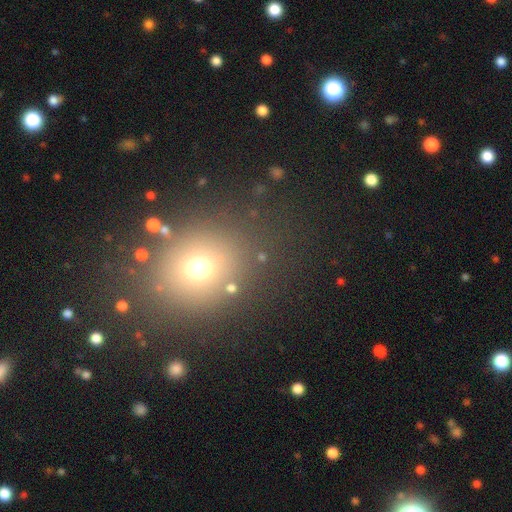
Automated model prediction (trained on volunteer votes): Overall: smooth (62%; star or artifact 28%). How rounded: round (69%; in between 30%). Merging: none (83%).